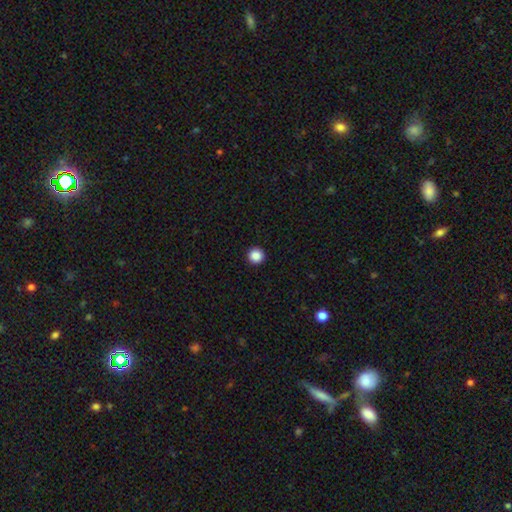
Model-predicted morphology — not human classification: Smooth or featured?
  - smooth: 87% *
  - star or artifact: 10%
  - featured or disk: 3%
How rounded?
  - round: 96% *
  - in between: 3%
  - cigar-shaped: 1%
Merging?
  - none: 94% *
  - minor disturbance: 3%
  - major disturbance: 1%
  - merger: 1%